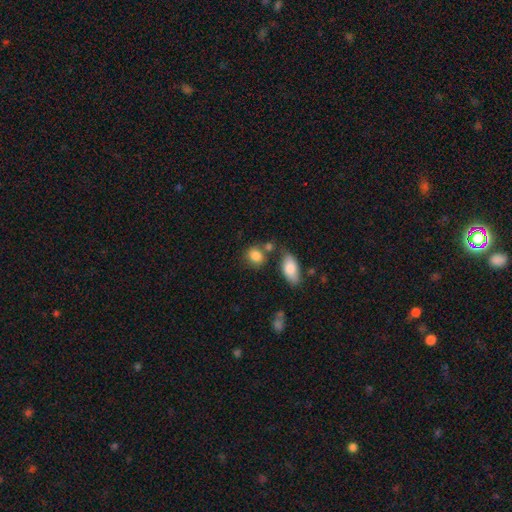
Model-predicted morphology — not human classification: The model was most divided on "how rounded": round: 54%, in between: 44%, cigar-shaped: 2%. More confident: smooth or featured — smooth (85%); merging — none (62%).